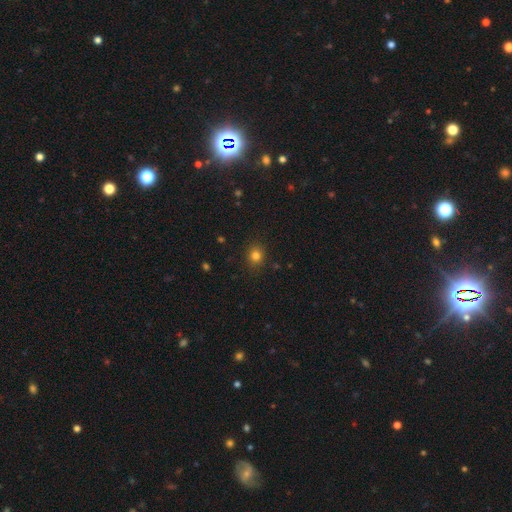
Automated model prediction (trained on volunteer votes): smooth_or_featured: smooth (p=0.81) [alt: star or artifact p=0.14]
how_rounded: round (p=0.76) [alt: in between p=0.23]
merging: none (p=0.88) [alt: minor disturbance p=0.08]